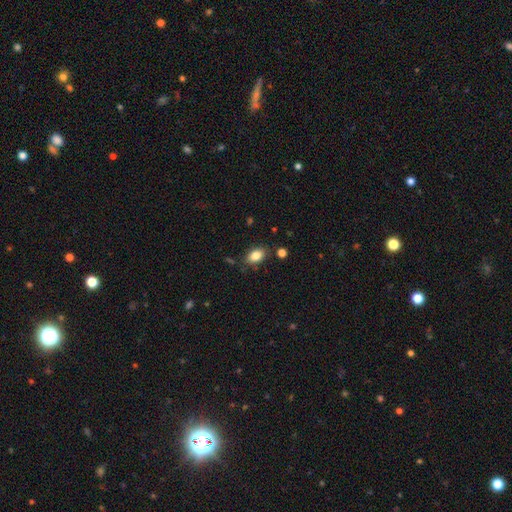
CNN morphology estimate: smooth 84%, star or artifact 9%, featured or disk 7%. Down the decision tree: how rounded — in between (87%); merging — none (81%).